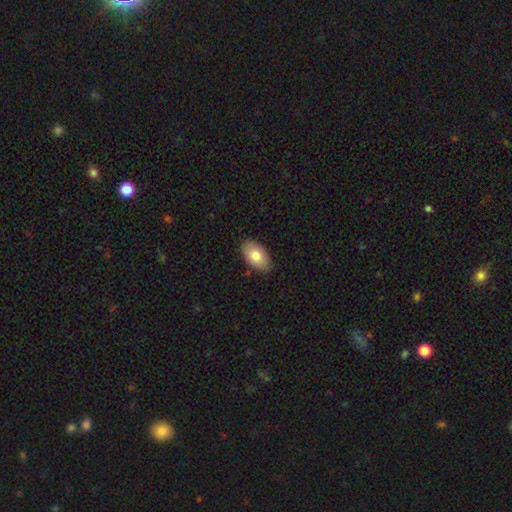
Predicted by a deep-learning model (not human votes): smooth 79%, featured or disk 14%, star or artifact 6%. Down the decision tree: how rounded — in between (94%); merging — none (86%).